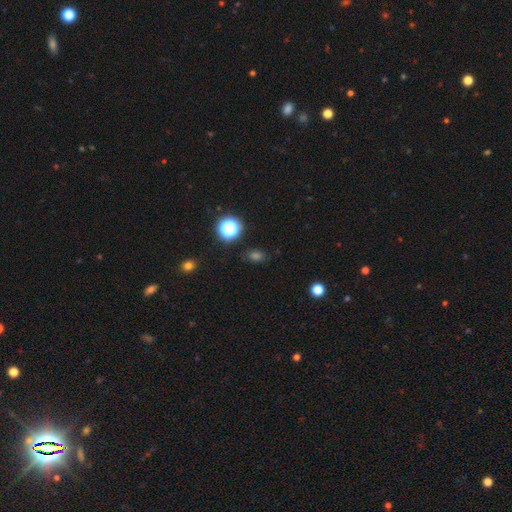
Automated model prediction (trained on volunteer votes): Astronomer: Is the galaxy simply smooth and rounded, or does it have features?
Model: smooth — 54% (runner-up: star or artifact, 39%).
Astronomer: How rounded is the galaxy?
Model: in between — 49%, tied with round at 49%.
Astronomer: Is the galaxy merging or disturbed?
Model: none — 83%.